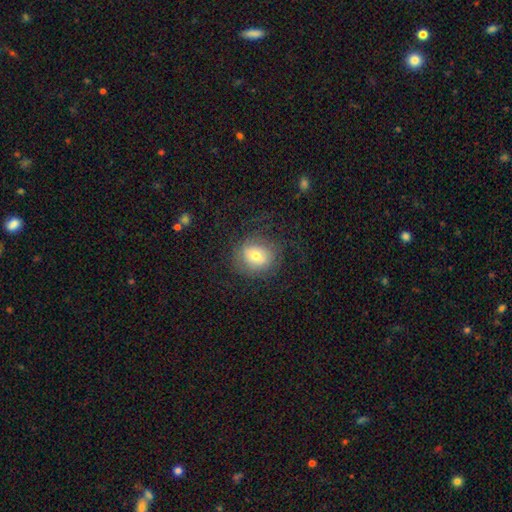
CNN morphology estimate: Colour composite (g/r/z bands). It shows a smooth galaxy with no disk features (60%) that is round (69%). Merging: none (69%).